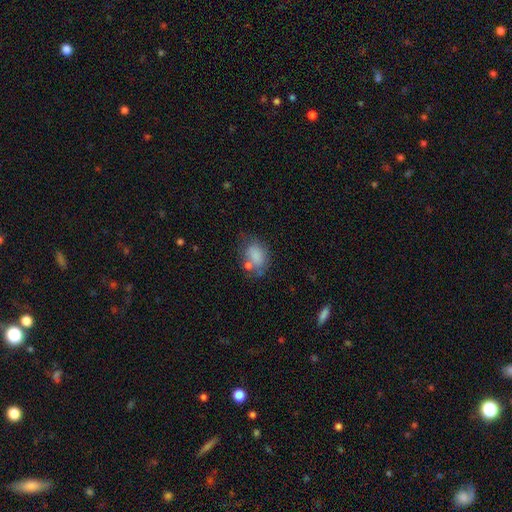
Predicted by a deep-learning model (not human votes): Q: Smooth or featured?
A: smooth (78%); runner-up: featured or disk (13%)
Q: How rounded?
A: in between (73%); runner-up: round (26%)
Q: Merging?
A: none (46%); runner-up: minor disturbance (25%)